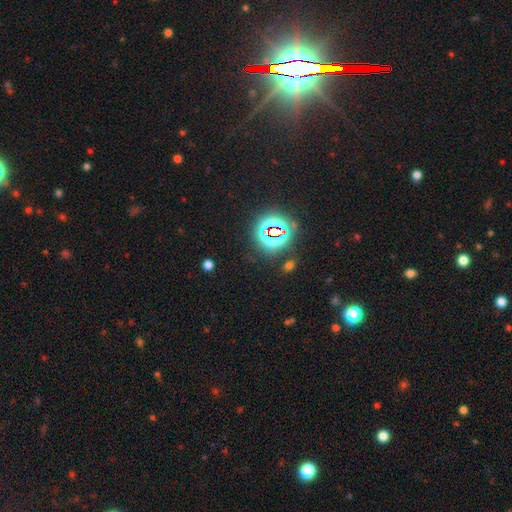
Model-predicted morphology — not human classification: smooth_or_featured: star or artifact (p=0.82) [alt: smooth p=0.09]